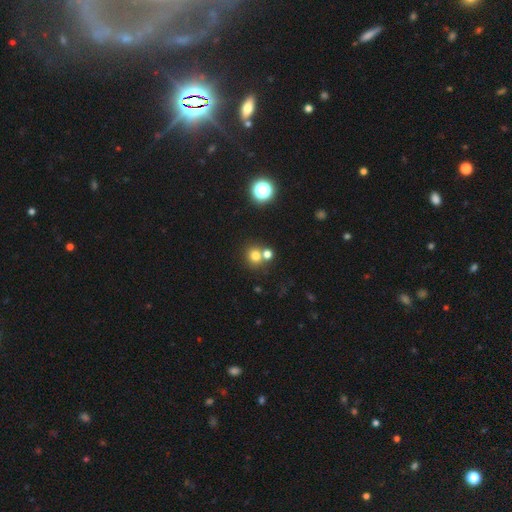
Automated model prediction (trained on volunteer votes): Smooth or featured?
  - smooth: 74% *
  - star or artifact: 18%
  - featured or disk: 8%
How rounded?
  - round: 87% *
  - in between: 12%
  - cigar-shaped: 1%
Merging?
  - none: 59% *
  - merger: 31%
  - minor disturbance: 7%
  - major disturbance: 3%